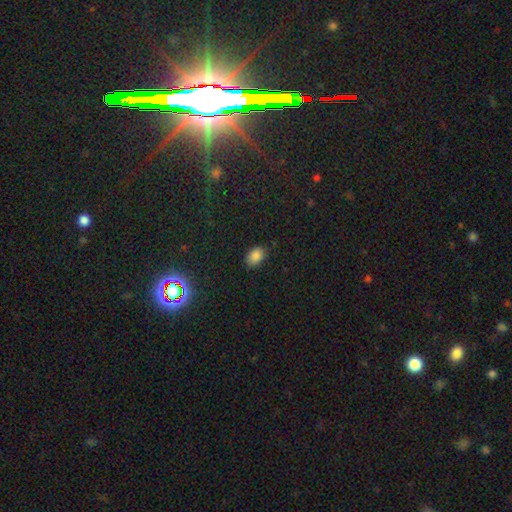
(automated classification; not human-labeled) smooth-or-featured: smooth: 83% | star or artifact: 12% | featured or disk: 5%
  how-rounded: in between: 83% | round: 16% | cigar-shaped: 1%
  merging: none: 84% | minor disturbance: 12% | major disturbance: 3% | merger: 1%